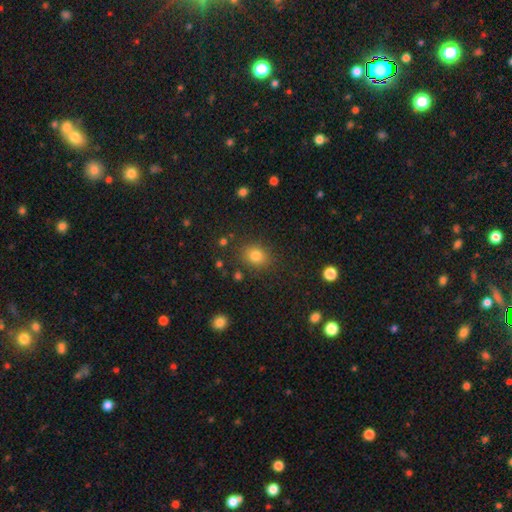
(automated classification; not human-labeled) Smooth or featured?
  - smooth: 80% *
  - star or artifact: 13%
  - featured or disk: 6%
How rounded?
  - round: 57% *
  - in between: 42%
  - cigar-shaped: 1%
Merging?
  - none: 84% *
  - minor disturbance: 10%
  - major disturbance: 4%
  - merger: 3%